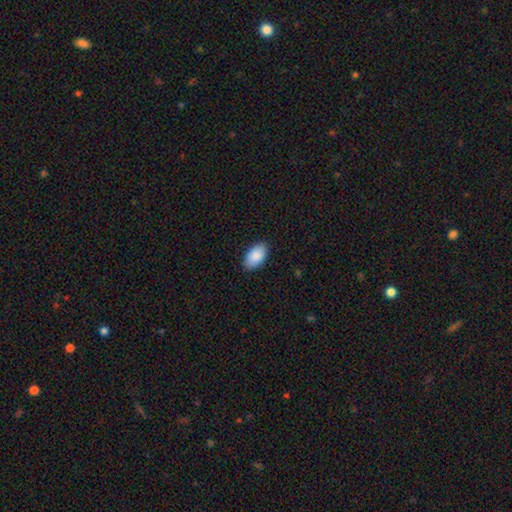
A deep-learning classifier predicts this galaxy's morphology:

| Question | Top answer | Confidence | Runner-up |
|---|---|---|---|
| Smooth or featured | smooth | 90% | star or artifact (6%) |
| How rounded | in between | 95% | round (3%) |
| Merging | none | 88% | minor disturbance (9%) |